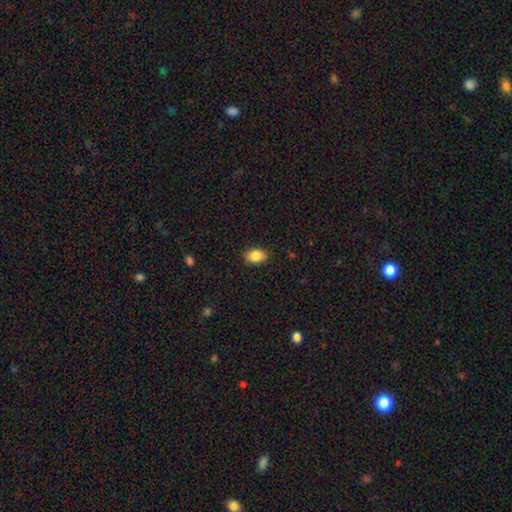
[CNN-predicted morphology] Smooth or featured?
  - smooth: 87% *
  - star or artifact: 8%
  - featured or disk: 5%
How rounded?
  - in between: 81% *
  - round: 18%
  - cigar-shaped: 1%
Merging?
  - none: 88% *
  - minor disturbance: 9%
  - major disturbance: 2%
  - merger: 1%